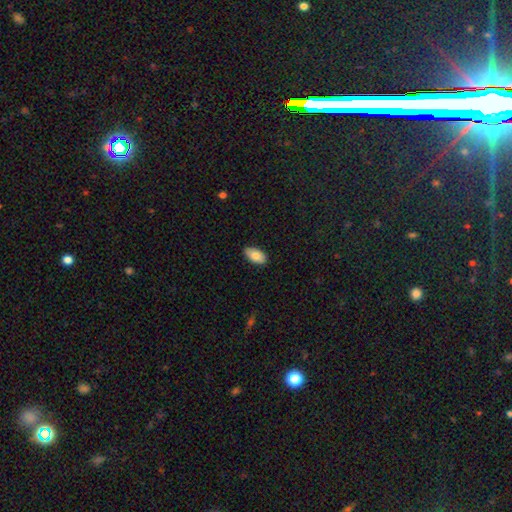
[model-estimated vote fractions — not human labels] Smooth or featured?
  - smooth: 82% *
  - featured or disk: 11%
  - star or artifact: 7%
How rounded?
  - in between: 94% *
  - round: 3%
  - cigar-shaped: 3%
Merging?
  - none: 85% *
  - minor disturbance: 12%
  - major disturbance: 2%
  - merger: 1%